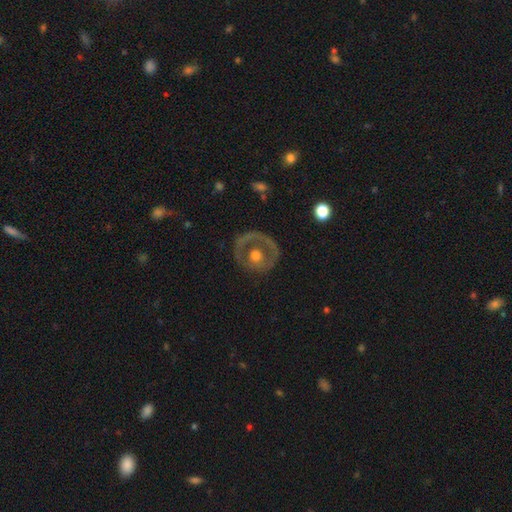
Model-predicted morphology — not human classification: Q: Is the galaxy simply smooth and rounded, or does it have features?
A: featured or disk — 56%.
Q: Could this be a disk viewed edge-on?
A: no — 95%.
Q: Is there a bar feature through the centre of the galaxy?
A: no — 90%.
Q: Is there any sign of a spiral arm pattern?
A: no — 86%.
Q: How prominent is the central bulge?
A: moderate — 72%.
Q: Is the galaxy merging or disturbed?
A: none — 72%.